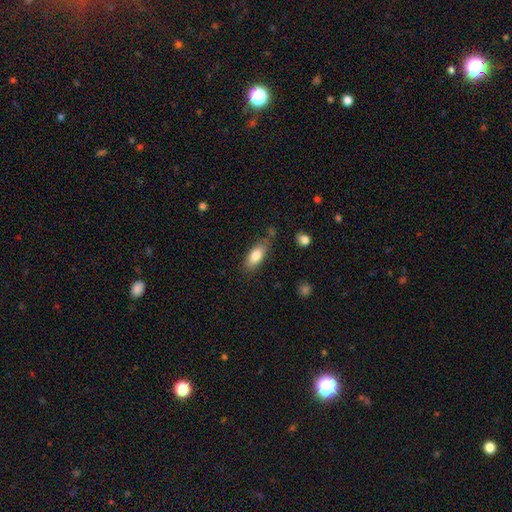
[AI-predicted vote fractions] Smooth or featured?
  - smooth: 81% *
  - featured or disk: 13%
  - star or artifact: 7%
How rounded?
  - in between: 81% *
  - cigar-shaped: 16%
  - round: 3%
Merging?
  - none: 71% *
  - minor disturbance: 20%
  - merger: 5%
  - major disturbance: 5%